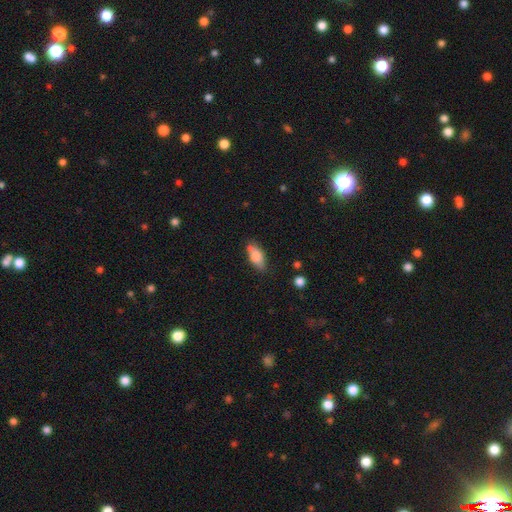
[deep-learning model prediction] A smooth galaxy with no disk features (77%) that is in between round and cigar-shaped (84%).

Vote fractions:
- Smooth or featured? smooth: 77% / featured or disk: 15% / star or artifact: 7%
- How rounded? in between: 84% / cigar-shaped: 13% / round: 3%
- Merging? none: 67% / minor disturbance: 22% / merger: 6% / major disturbance: 5%